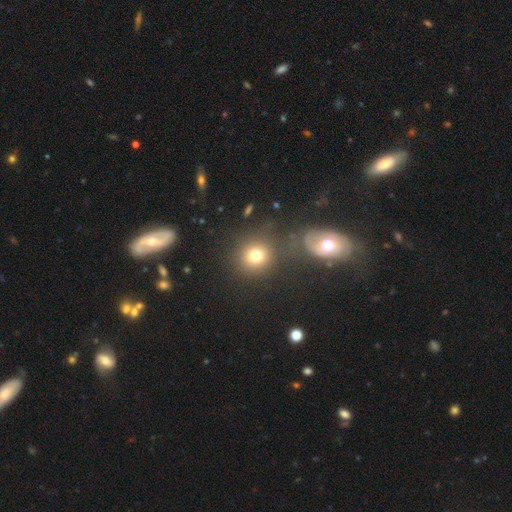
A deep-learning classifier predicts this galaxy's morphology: Smooth or featured?
  - smooth: 76% *
  - star or artifact: 14%
  - featured or disk: 10%
How rounded?
  - round: 86% *
  - in between: 13%
  - cigar-shaped: 1%
Merging?
  - none: 72% *
  - merger: 12%
  - minor disturbance: 10%
  - major disturbance: 6%